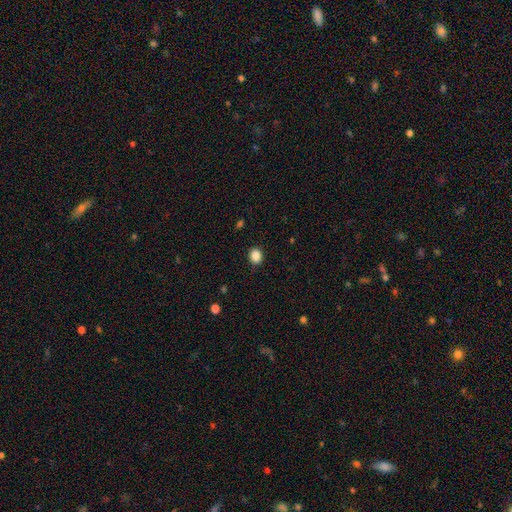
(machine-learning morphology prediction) type=smooth (87%); roundness=round (57%); merging=none (89%).